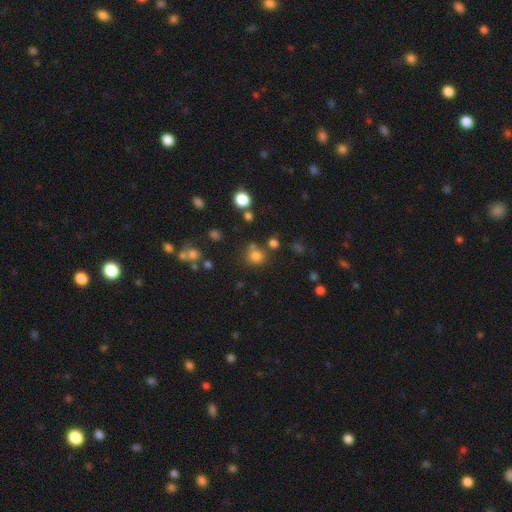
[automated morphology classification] smooth 76%, star or artifact 18%, featured or disk 6%. Down the decision tree: how rounded — round (85%); merging — none (70%).